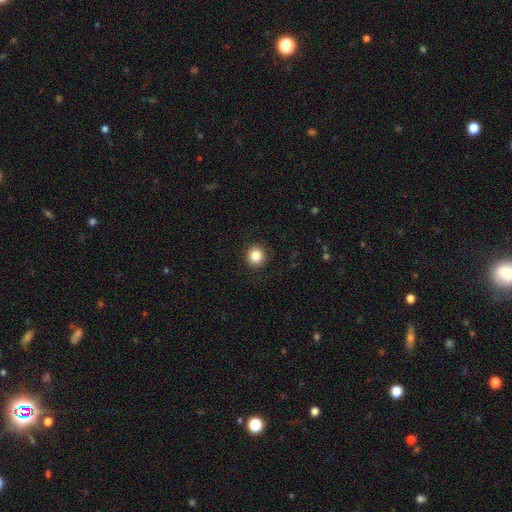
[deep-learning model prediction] A smooth galaxy with no disk features (85%) that is round (92%).

Vote fractions:
- Smooth or featured? smooth: 85% / star or artifact: 10% / featured or disk: 5%
- How rounded? round: 92% / in between: 7% / cigar-shaped: 1%
- Merging? none: 91% / minor disturbance: 6% / major disturbance: 2% / merger: 1%